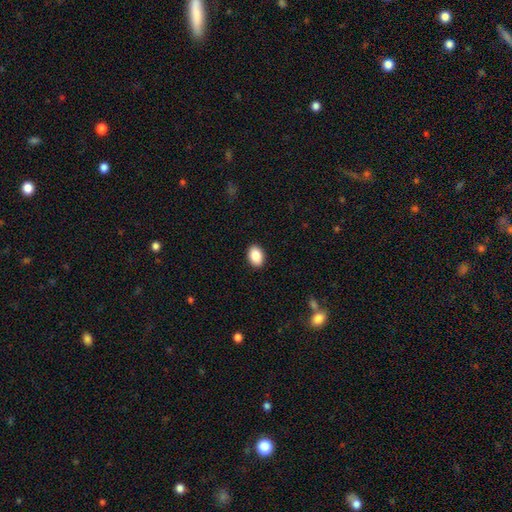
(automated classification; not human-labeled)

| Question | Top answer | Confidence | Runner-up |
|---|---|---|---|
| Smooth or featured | smooth | 88% | star or artifact (7%) |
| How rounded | in between | 83% | round (16%) |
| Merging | none | 91% | minor disturbance (7%) |